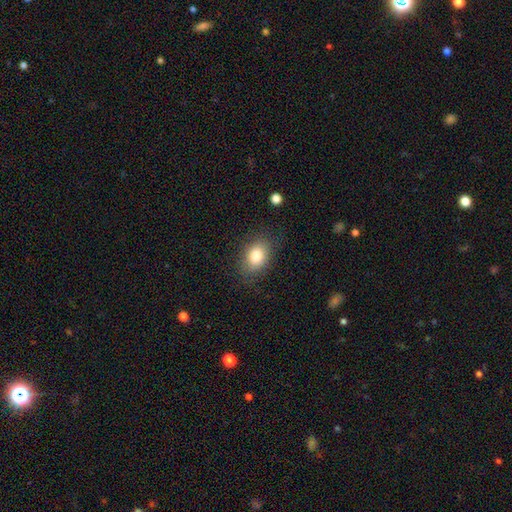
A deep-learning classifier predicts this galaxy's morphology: smooth-or-featured: smooth: 81% | featured or disk: 10% | star or artifact: 9%
  how-rounded: in between: 75% | round: 24% | cigar-shaped: 1%
  merging: none: 82% | minor disturbance: 13% | major disturbance: 4% | merger: 1%